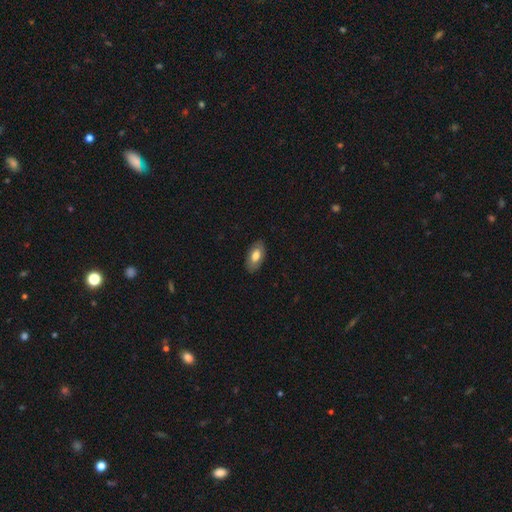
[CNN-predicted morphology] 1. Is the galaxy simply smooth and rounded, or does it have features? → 72% smooth, 22% featured or disk, 6% star or artifact.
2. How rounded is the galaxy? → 94% in between, 3% round, 3% cigar-shaped.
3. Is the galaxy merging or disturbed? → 86% none, 11% minor disturbance, 2% major disturbance, 1% merger.